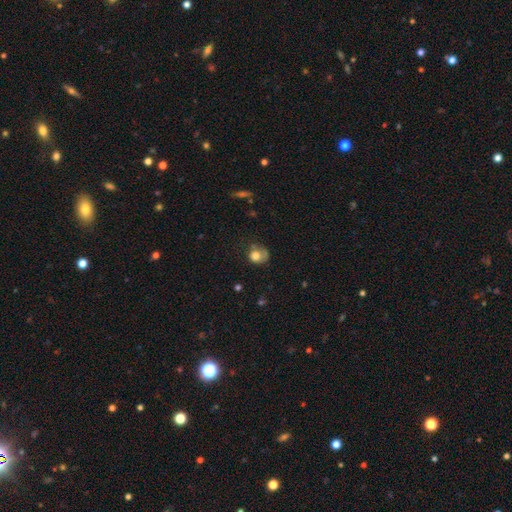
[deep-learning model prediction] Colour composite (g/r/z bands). It shows a smooth galaxy with no disk features (73%) that is round (67%). Merging: none (38%).